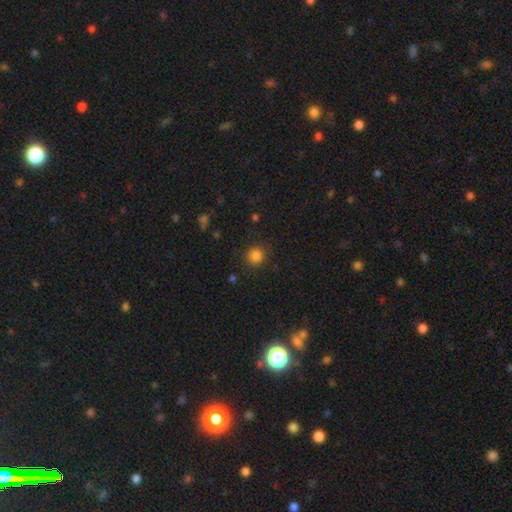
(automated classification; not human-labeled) Smooth or featured?
  - smooth: 83% *
  - star or artifact: 13%
  - featured or disk: 4%
How rounded?
  - round: 90% *
  - in between: 10%
  - cigar-shaped: 1%
Merging?
  - none: 86% *
  - minor disturbance: 9%
  - major disturbance: 3%
  - merger: 1%